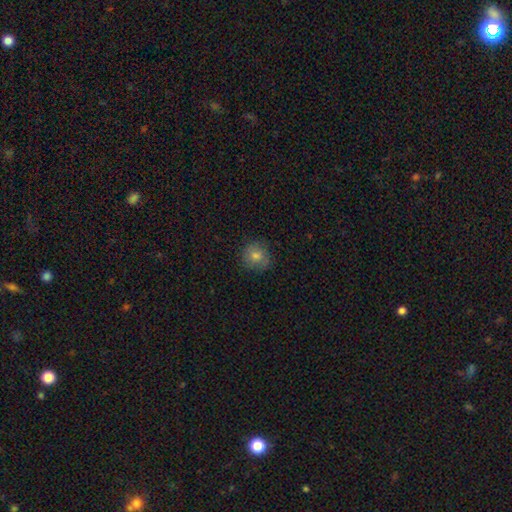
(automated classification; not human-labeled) Morphology: type=smooth (75%); roundness=round (90%); merging=none (83%).